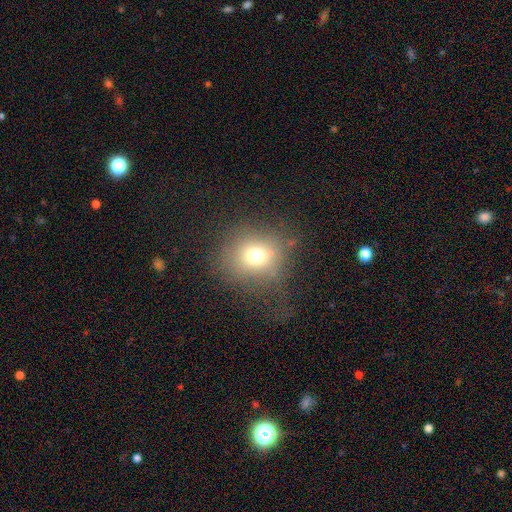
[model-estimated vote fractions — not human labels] smooth_or_featured: smooth (p=0.68) [alt: star or artifact p=0.18]
how_rounded: round (p=0.82) [alt: in between p=0.17]
merging: none (p=0.71) [alt: minor disturbance p=0.15]